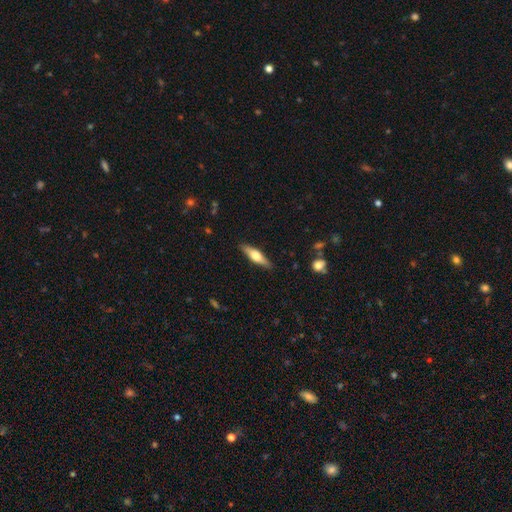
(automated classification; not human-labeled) featured or disk 54%, smooth 40%, star or artifact 6%. Down the decision tree: edge-on disk — yes (95%); edge-on bulge — rounded (91%); merging — none (88%).